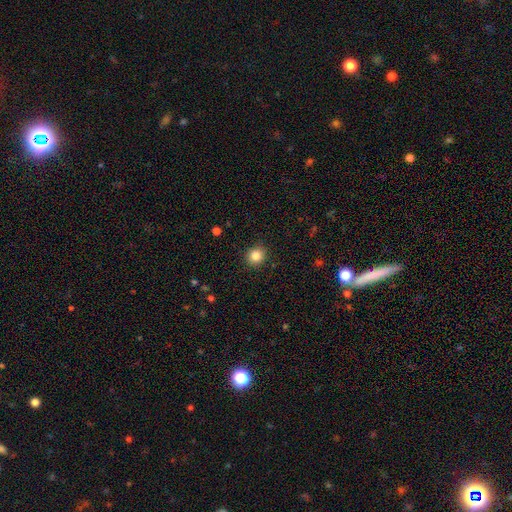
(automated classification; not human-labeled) Morphology: type=smooth (83%); roundness=round (88%); merging=none (91%).